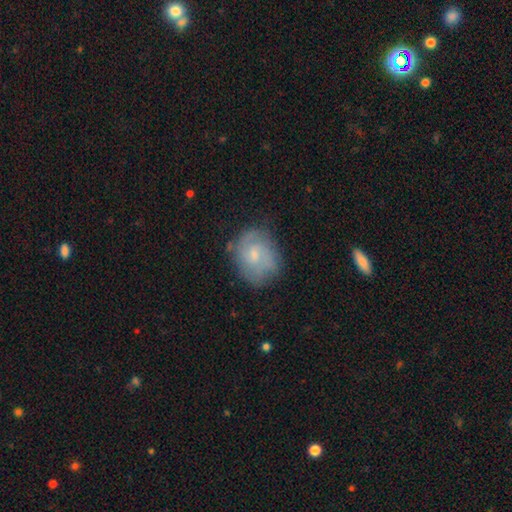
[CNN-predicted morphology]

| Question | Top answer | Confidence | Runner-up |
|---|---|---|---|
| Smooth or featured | featured or disk | 56% | smooth (37%) |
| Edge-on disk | no | 97% | yes (3%) |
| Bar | no | 58% | weak (38%) |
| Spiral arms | yes | 80% | no (20%) |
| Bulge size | small | 57% | moderate (32%) |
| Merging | none | 65% | minor disturbance (23%) |